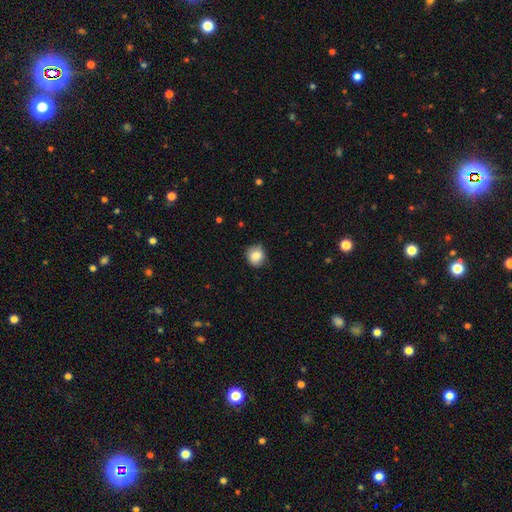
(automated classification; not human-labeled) Smooth or featured: smooth — 83% (star or artifact — 9%)
How rounded: round — 82% (in between — 17%)
Merging: none — 77% (minor disturbance — 18%)